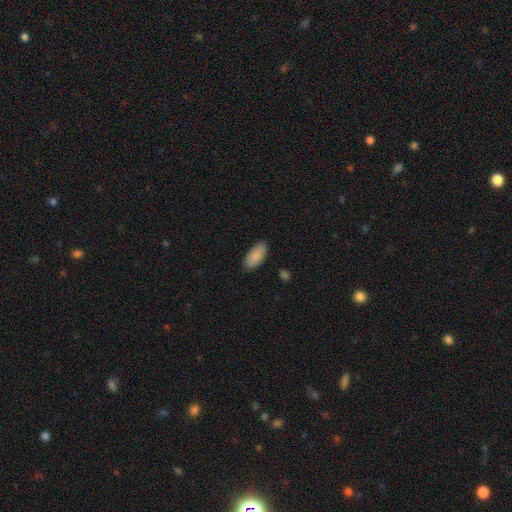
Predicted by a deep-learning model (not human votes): Q: Smooth or featured?
A: smooth (88%); runner-up: star or artifact (6%)
Q: How rounded?
A: in between (89%); runner-up: cigar-shaped (9%)
Q: Merging?
A: none (85%); runner-up: minor disturbance (12%)